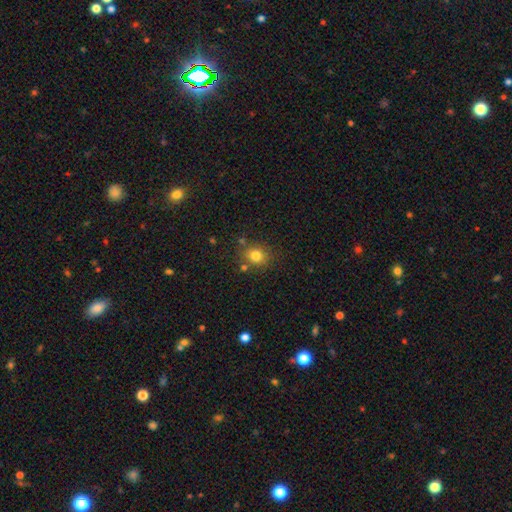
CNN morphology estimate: This appears to be a smooth galaxy with no disk features (79%) that is round (72%). Merging: none (76%).